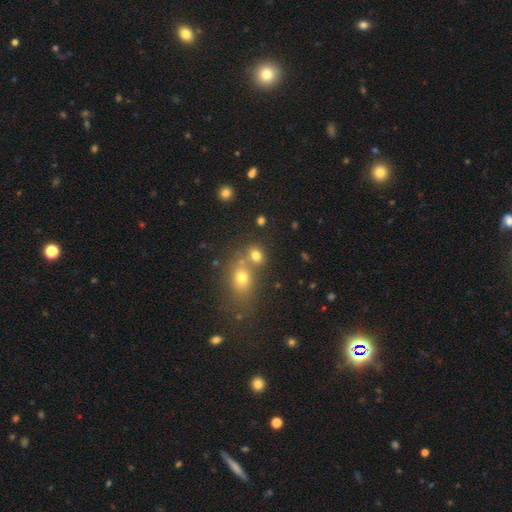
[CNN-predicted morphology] Smooth or featured? Predicted: smooth (p=0.73). How rounded? Predicted: round (p=0.54). Merging? Predicted: none (p=0.53).